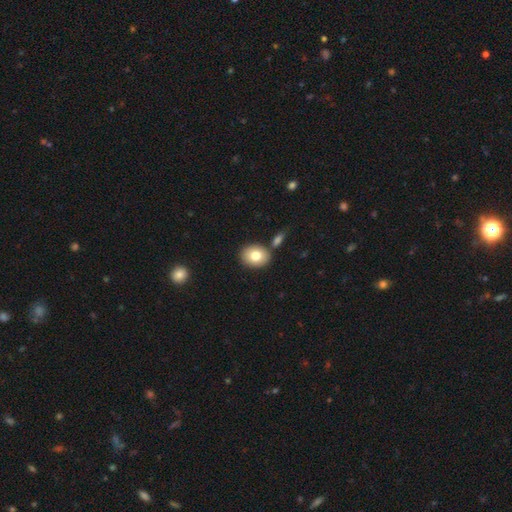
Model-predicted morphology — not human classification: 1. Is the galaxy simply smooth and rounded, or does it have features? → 79% smooth, 13% featured or disk, 8% star or artifact.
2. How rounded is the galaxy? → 59% in between, 40% round, 1% cigar-shaped.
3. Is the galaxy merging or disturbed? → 76% none, 11% merger, 10% minor disturbance, 3% major disturbance.